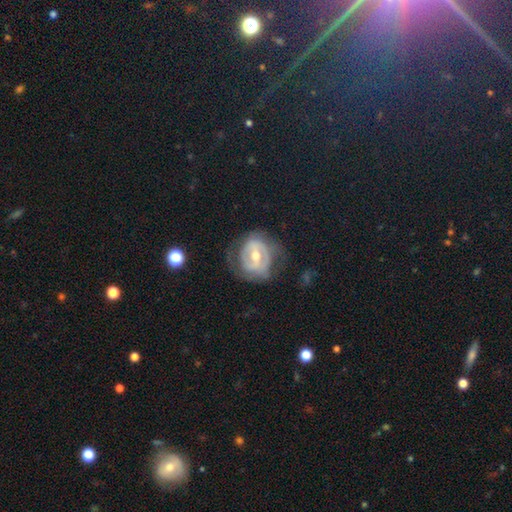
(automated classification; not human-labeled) smooth_or_featured: featured or disk (p=0.77) [alt: smooth p=0.17]
disk_edge_on: no (p=0.96) [alt: yes p=0.04]
bar: weak (p=0.42) [alt: strong p=0.39]
has_spiral_arms: yes (p=0.69) [alt: no p=0.31]
spiral_winding: tight (p=0.50) [alt: medium p=0.34]
spiral_arm_count: 2 (p=0.54) [alt: can't tell p=0.28]
bulge_size: moderate (p=0.67) [alt: small p=0.27]
merging: none (p=0.59) [alt: minor disturbance p=0.23]